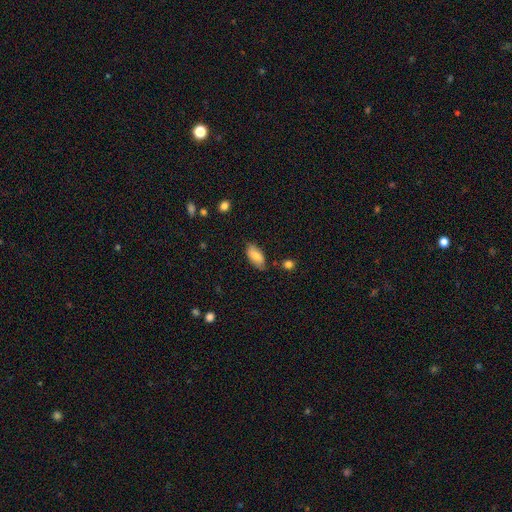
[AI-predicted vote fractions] Smooth or featured? smooth (79%)
How rounded? in between (90%)
Merging? none (76%)